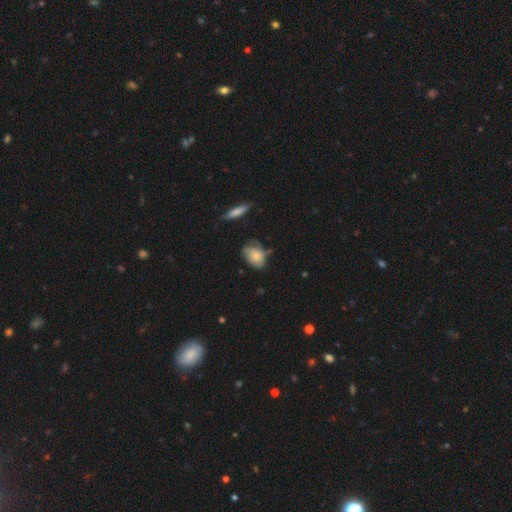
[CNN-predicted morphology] Smooth or featured: smooth — 67% (featured or disk — 26%)
How rounded: in between — 74% (round — 24%)
Merging: none — 46% (minor disturbance — 36%)